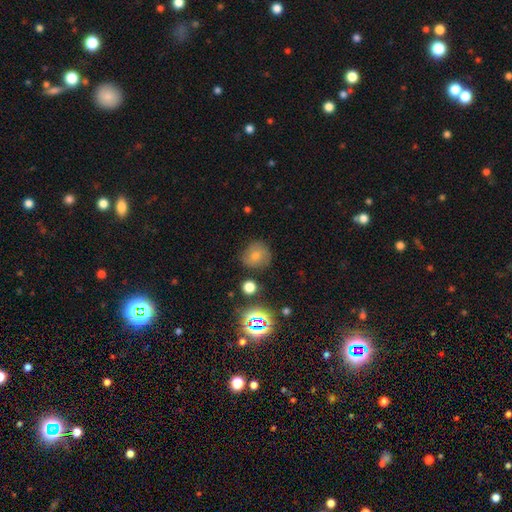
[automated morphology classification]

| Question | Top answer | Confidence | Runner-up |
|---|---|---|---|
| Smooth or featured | smooth | 67% | featured or disk (17%) |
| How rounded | round | 85% | in between (14%) |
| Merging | none | 72% | minor disturbance (18%) |